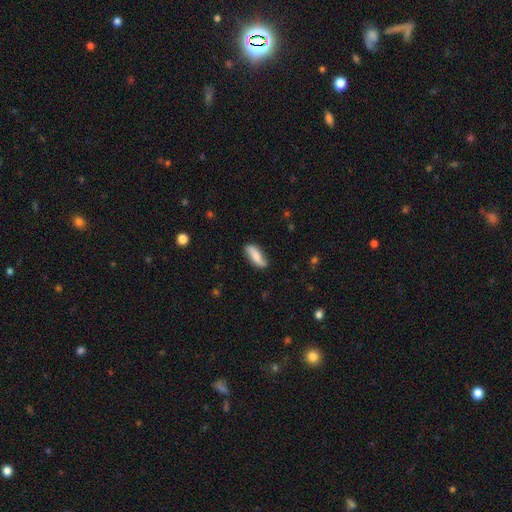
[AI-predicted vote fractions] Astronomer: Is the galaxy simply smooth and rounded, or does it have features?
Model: smooth — 60%.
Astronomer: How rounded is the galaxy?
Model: in between — 60% (runner-up: cigar-shaped, 37%).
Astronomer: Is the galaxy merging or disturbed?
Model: none — 82%.